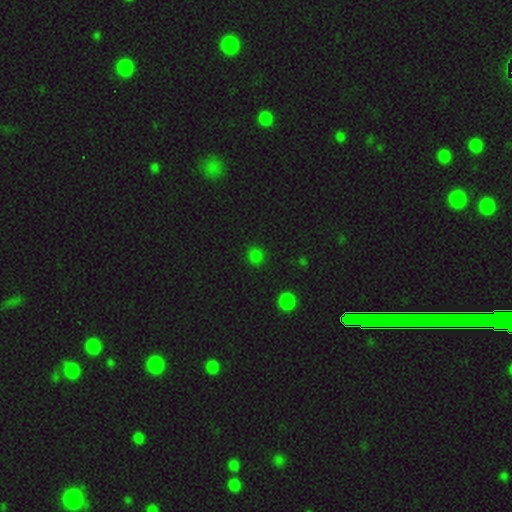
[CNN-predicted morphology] This is likely a smooth galaxy (78%). How rounded: clearly round (89%). Merging: clearly none (90%).